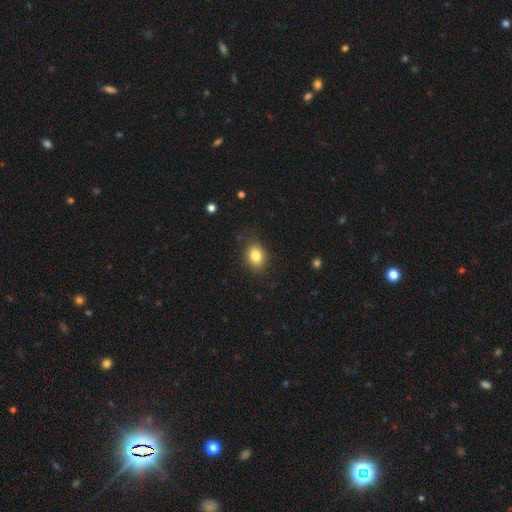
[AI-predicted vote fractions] Smooth or featured? smooth (82%)
How rounded? in between (56%)
Merging? none (85%)